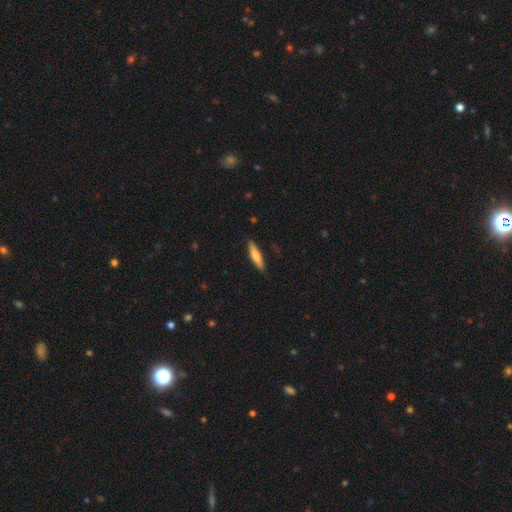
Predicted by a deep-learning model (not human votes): A smooth galaxy with no disk features (70%) that is cigar-shaped (82%). Merging: none (88%).